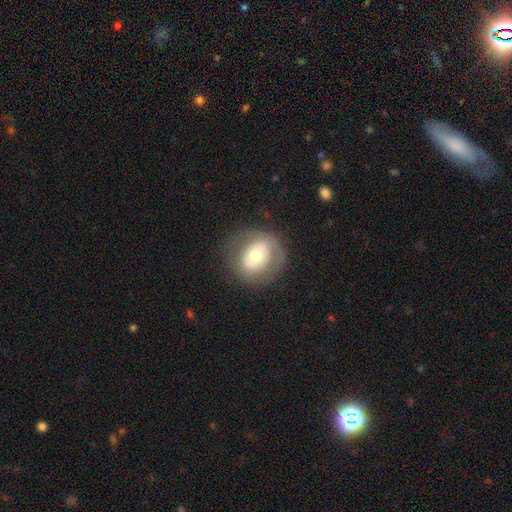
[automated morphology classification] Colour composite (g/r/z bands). It shows a smooth galaxy with no disk features (50%). Merging: none (76%).